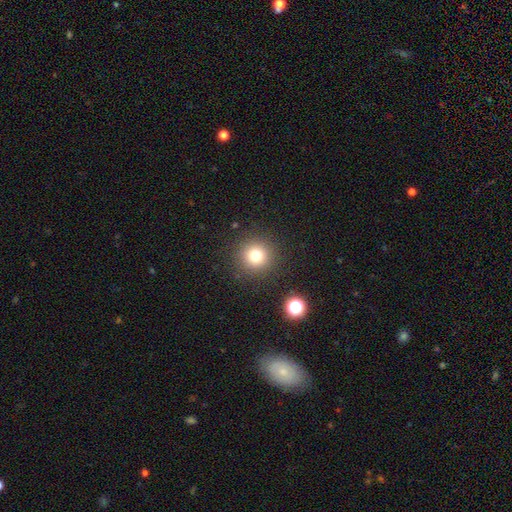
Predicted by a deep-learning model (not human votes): This appears to be a smooth galaxy with no disk features (76%) that is round (95%). Merging: none (90%).